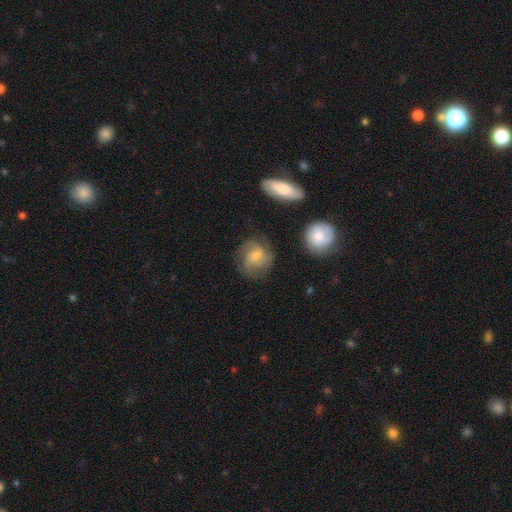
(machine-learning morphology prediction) Smooth or featured? featured or disk (57%)
Edge-on disk? no (97%)
Bar? no (61%)
Spiral arms? yes (88%)
Bulge size? small (48%)
Merging? none (66%)